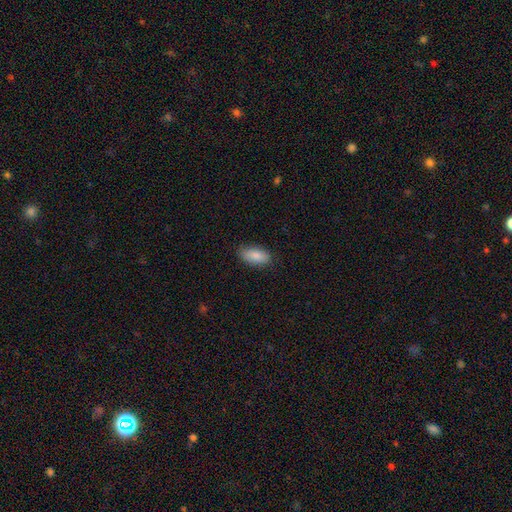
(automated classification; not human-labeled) The model was most divided on "merging": none: 86%, minor disturbance: 11%, major disturbance: 2%, merger: 1%. More confident: how rounded — in between (90%); smooth or featured — smooth (88%).